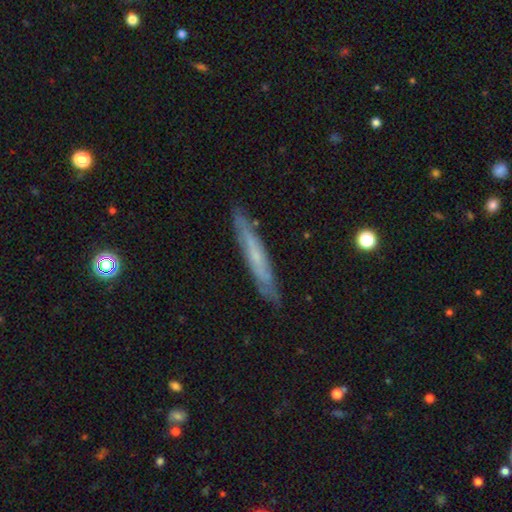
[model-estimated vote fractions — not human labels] smooth-or-featured: featured or disk: 53% | smooth: 40% | star or artifact: 7%
  disk-edge-on: yes: 79% | no: 21%
  merging: none: 86% | minor disturbance: 11% | major disturbance: 2% | merger: 1%